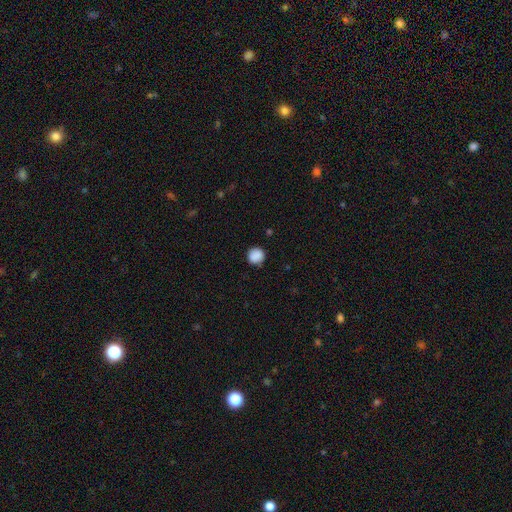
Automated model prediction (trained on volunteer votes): Smooth or featured: smooth — 88% (star or artifact — 9%)
How rounded: round — 93% (in between — 6%)
Merging: none — 85% (minor disturbance — 11%)